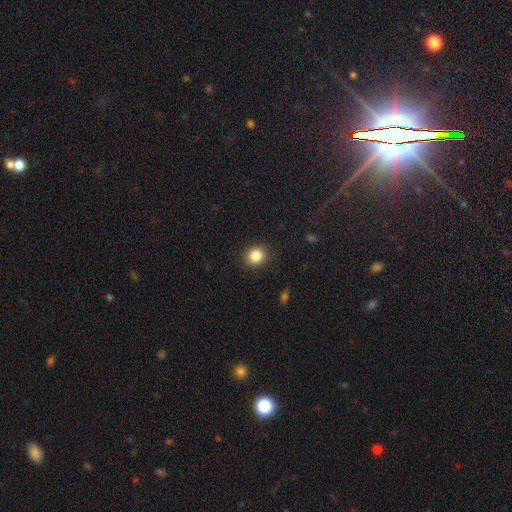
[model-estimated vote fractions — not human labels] Smooth or featured? Predicted: smooth (p=0.84). How rounded? Predicted: round (p=0.80). Merging? Predicted: none (p=0.90).